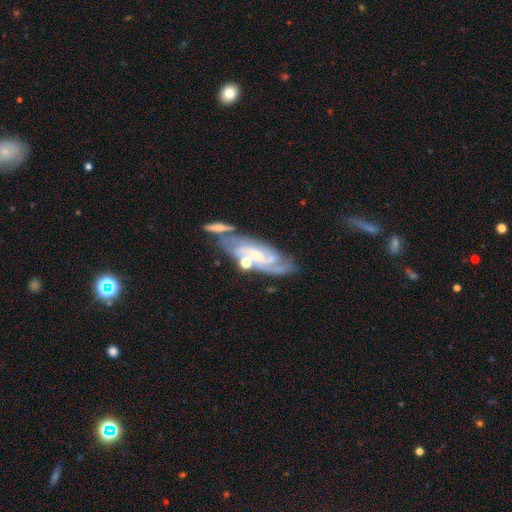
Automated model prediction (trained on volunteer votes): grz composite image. It shows a featured or disk galaxy (83%) with a weak bar (44%), 2 (43%) tight (50%) spiral arms (95%) and a small central bulge (56%). Merging: none (49%).